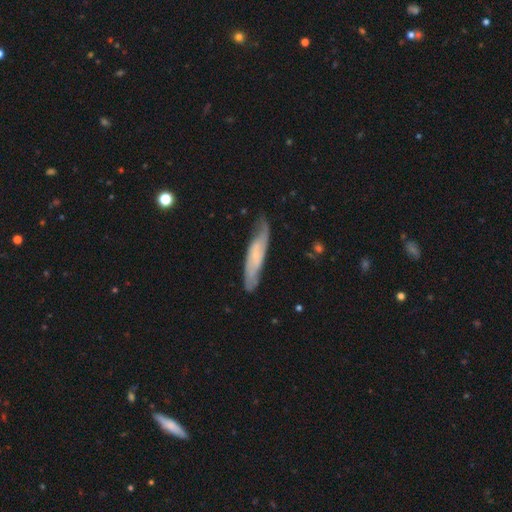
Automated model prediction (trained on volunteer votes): Q: Smooth or featured?
A: featured or disk (63%); runner-up: smooth (31%)
Q: Edge-on disk?
A: no (64%); runner-up: yes (36%)
Q: Merging?
A: none (73%); runner-up: minor disturbance (20%)